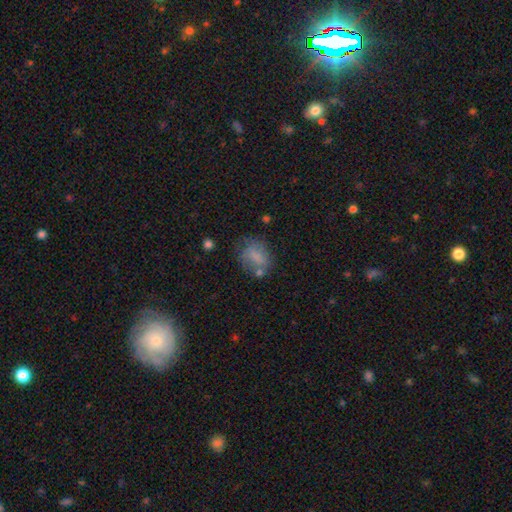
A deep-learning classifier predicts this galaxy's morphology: Overall: smooth (70%). How rounded: in between (60%; round 39%). Merging: none (50%; minor disturbance 25%).